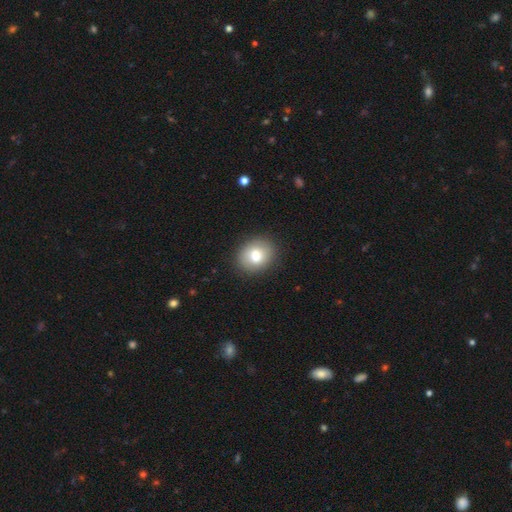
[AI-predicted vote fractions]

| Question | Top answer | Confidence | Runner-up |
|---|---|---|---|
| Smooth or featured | smooth | 77% | featured or disk (15%) |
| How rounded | round | 58% | in between (41%) |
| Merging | none | 88% | minor disturbance (9%) |